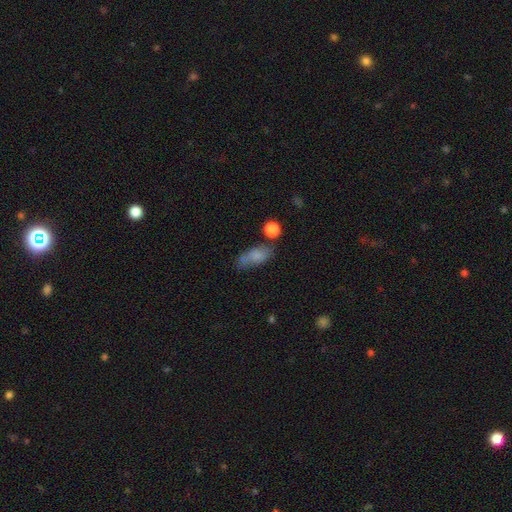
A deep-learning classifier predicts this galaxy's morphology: smooth-or-featured: smooth: 74% | featured or disk: 15% | star or artifact: 11%
  how-rounded: in between: 78% | cigar-shaped: 14% | round: 8%
  merging: none: 50% | minor disturbance: 24% | merger: 14% | major disturbance: 12%